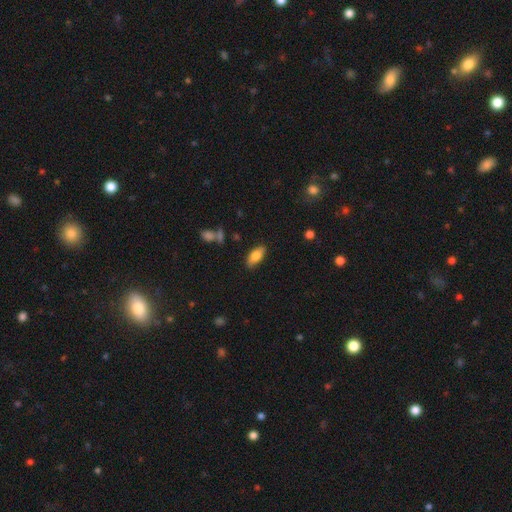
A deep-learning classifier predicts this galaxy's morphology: This is likely a smooth galaxy (78%). How rounded: clearly in between (86%). Merging: clearly none (82%).